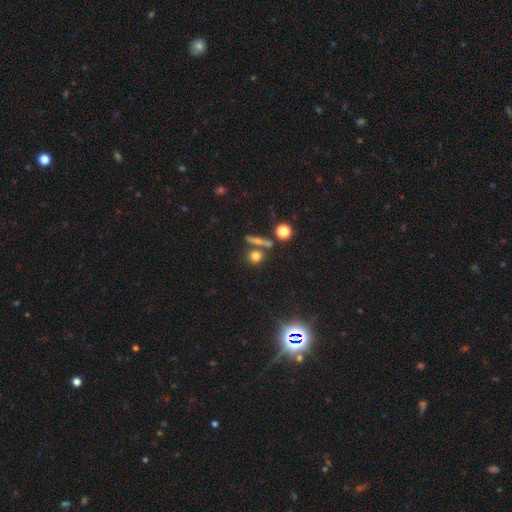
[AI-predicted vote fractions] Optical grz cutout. It shows a smooth galaxy with no disk features (70%) that is round (72%). Merging: none (66%).